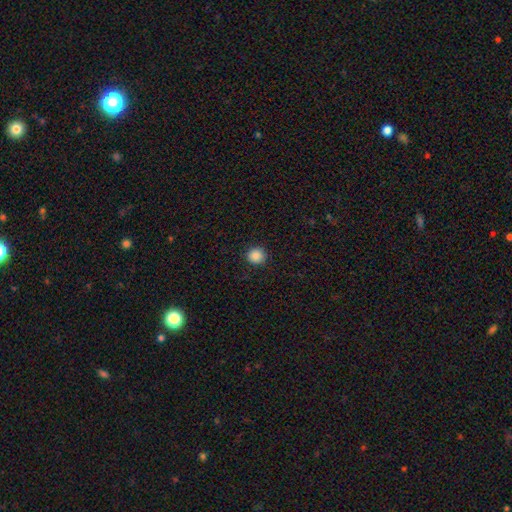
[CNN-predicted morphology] This is clearly a smooth galaxy (87%). How rounded: clearly round (93%). Merging: clearly none (91%).